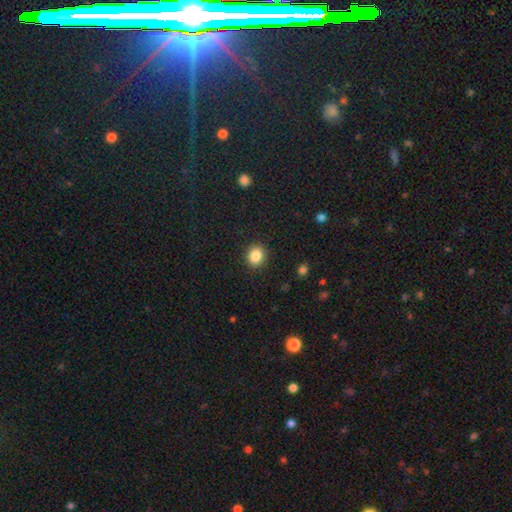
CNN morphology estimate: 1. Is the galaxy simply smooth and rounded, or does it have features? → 86% smooth, 10% star or artifact, 5% featured or disk.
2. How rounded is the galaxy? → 66% round, 33% in between, 1% cigar-shaped.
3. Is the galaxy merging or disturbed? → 89% none, 7% minor disturbance, 2% major disturbance, 1% merger.